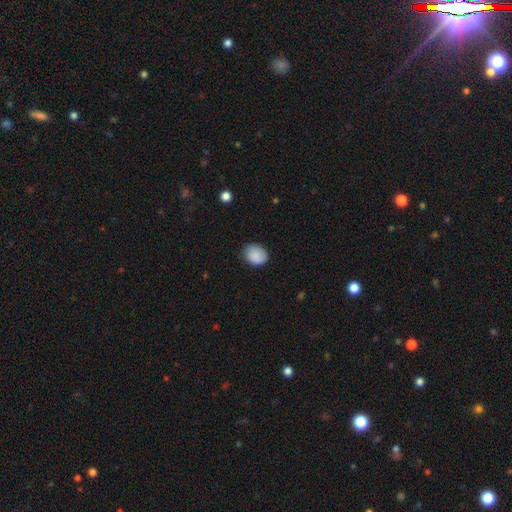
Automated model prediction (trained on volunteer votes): Overall: smooth (88%). How rounded: in between (57%; round 42%). Merging: none (77%).